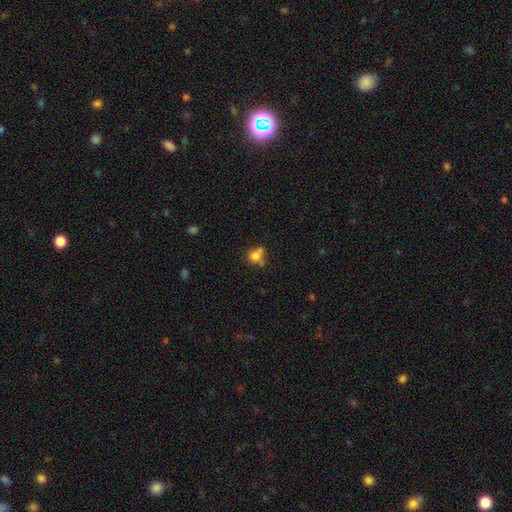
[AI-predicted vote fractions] smooth 76%, star or artifact 12%, featured or disk 12%. Down the decision tree: how rounded — round (69%); merging — none (44%).